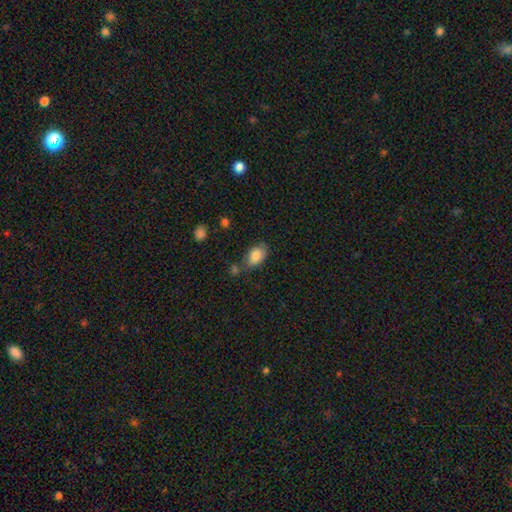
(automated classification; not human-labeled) Overall: smooth (84%). How rounded: in between (90%). Merging: none (66%).